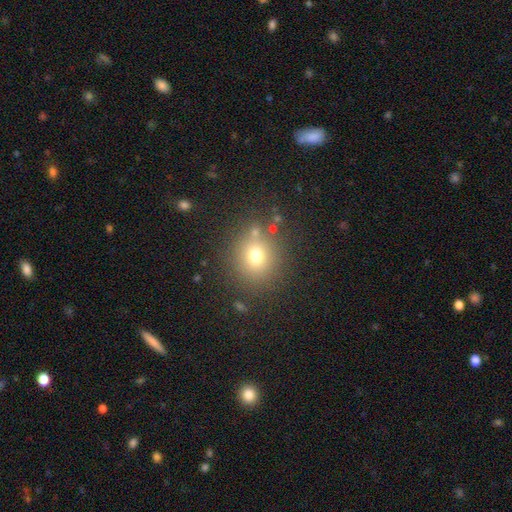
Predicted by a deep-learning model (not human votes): Smooth or featured? Predicted: smooth (p=0.71). How rounded? Predicted: round (p=0.87). Merging? Predicted: none (p=0.81).